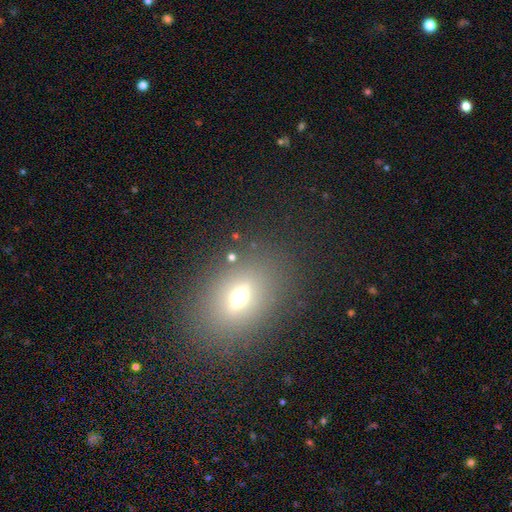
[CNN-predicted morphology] Smooth or featured? Predicted: smooth (p=0.62). How rounded? Predicted: in between (p=0.73). Merging? Predicted: none (p=0.86).